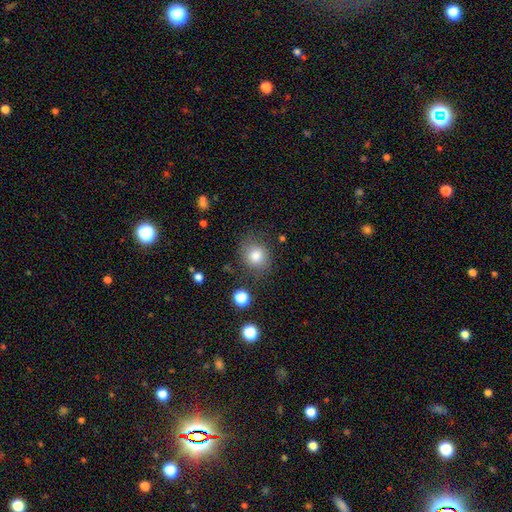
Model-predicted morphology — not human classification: This is clearly a smooth galaxy (81%). How rounded: likely round (75%). Merging: likely none (77%).